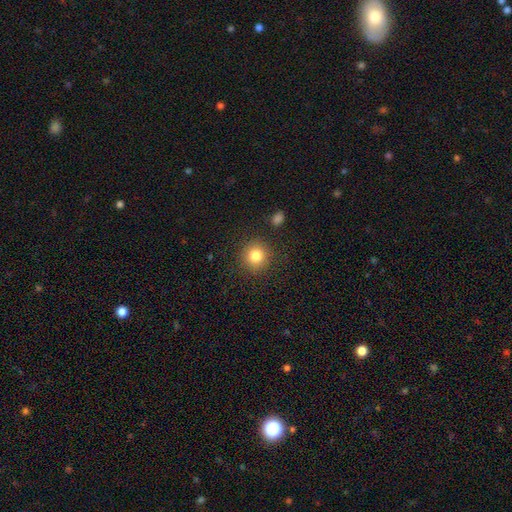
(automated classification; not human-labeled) This is clearly a smooth galaxy (82%). How rounded: clearly round (90%). Merging: clearly none (88%).